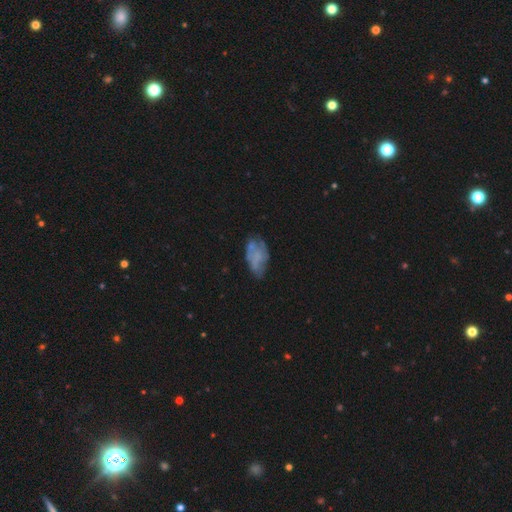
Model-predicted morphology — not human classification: type=featured or disk (46%); merging=none (49%).